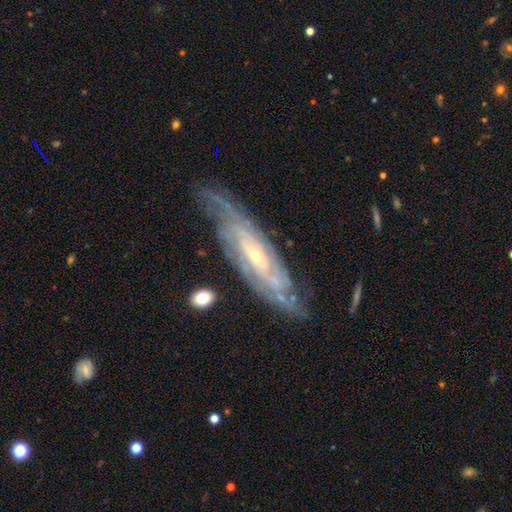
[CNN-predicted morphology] This appears to be a featured or disk galaxy (87%) with no bar (47%), tight (66%) spiral arms (96%) and a small central bulge (71%). Merging: none (75%).